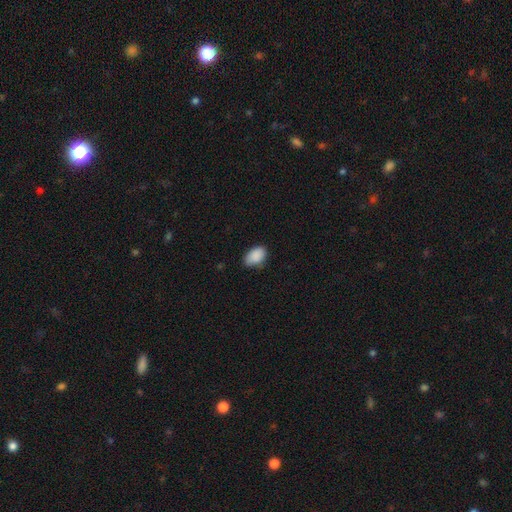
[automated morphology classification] smooth-or-featured: smooth: 89% | star or artifact: 7% | featured or disk: 4%
  how-rounded: in between: 89% | round: 10% | cigar-shaped: 1%
  merging: none: 64% | minor disturbance: 30% | major disturbance: 4% | merger: 1%